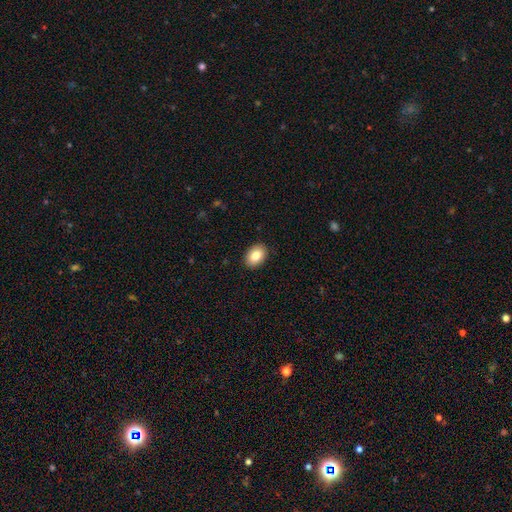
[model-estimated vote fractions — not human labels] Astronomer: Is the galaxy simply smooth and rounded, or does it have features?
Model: smooth — 84%.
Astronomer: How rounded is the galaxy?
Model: in between — 79%.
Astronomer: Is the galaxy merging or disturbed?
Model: none — 90%.